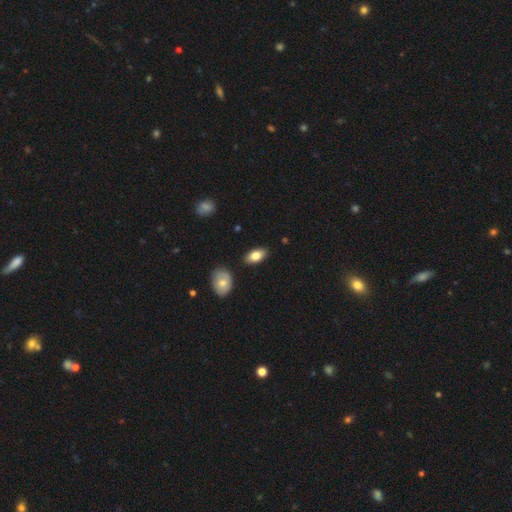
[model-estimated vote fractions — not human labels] Overall: smooth (81%). How rounded: in between (92%). Merging: none (85%).